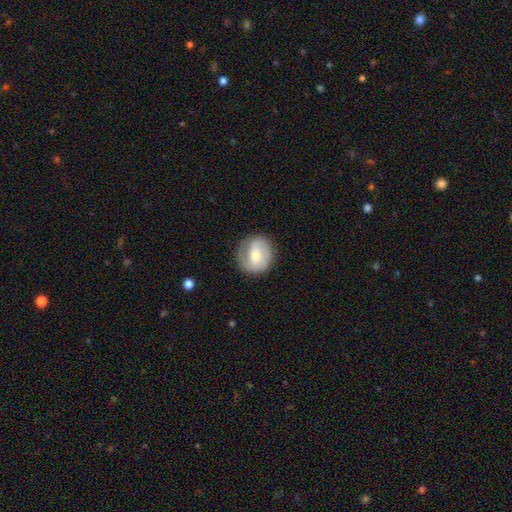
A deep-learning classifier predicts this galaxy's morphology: type=featured or disk (52%); edge-on=no (96%); merging=none (77%).